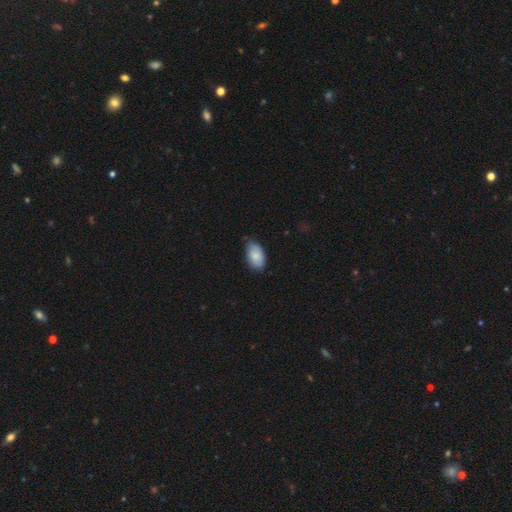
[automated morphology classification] Smooth or featured?
  - smooth: 83% *
  - featured or disk: 10%
  - star or artifact: 6%
How rounded?
  - in between: 94% *
  - round: 4%
  - cigar-shaped: 2%
Merging?
  - none: 67% *
  - minor disturbance: 28%
  - major disturbance: 4%
  - merger: 1%